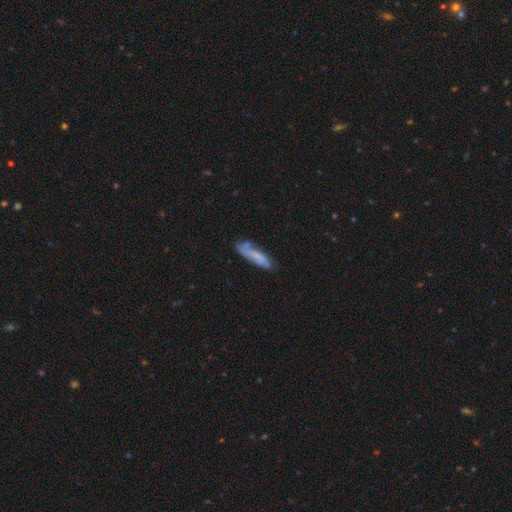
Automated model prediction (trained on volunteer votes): Smooth or featured? featured or disk (49%)
Merging? none (59%)